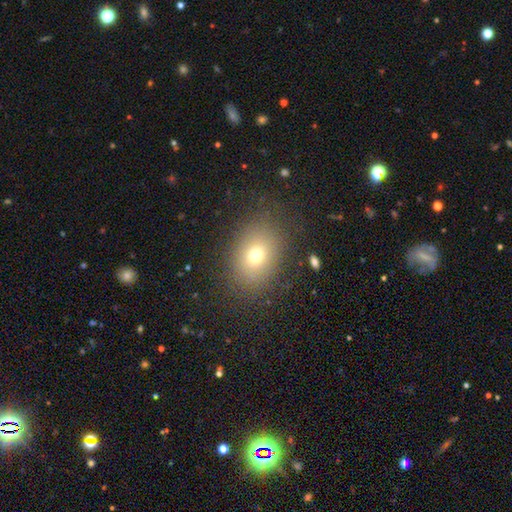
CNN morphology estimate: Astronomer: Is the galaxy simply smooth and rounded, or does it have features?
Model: smooth — 70%.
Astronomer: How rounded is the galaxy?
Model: in between — 56% (runner-up: round, 43%).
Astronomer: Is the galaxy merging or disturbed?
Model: none — 80%.